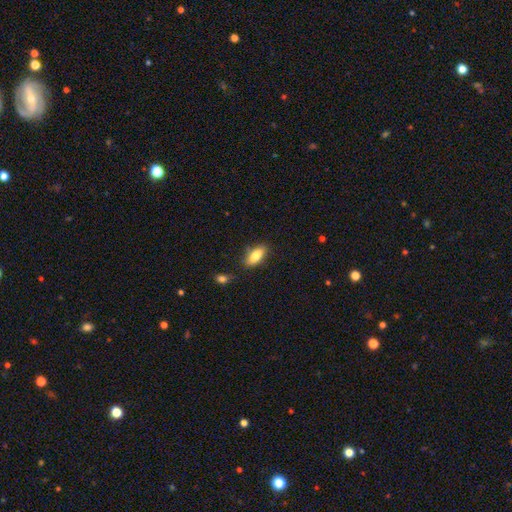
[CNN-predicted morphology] type=smooth (80%); roundness=in between (86%); merging=none (78%).